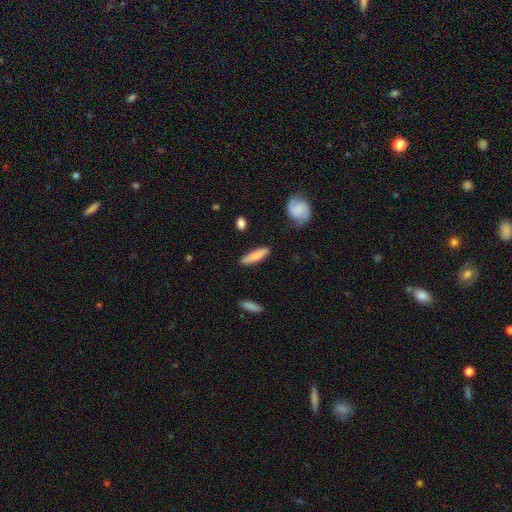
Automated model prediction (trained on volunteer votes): Smooth or featured: smooth — 72% (featured or disk — 22%)
How rounded: cigar-shaped — 74% (in between — 24%)
Merging: none — 85% (minor disturbance — 11%)